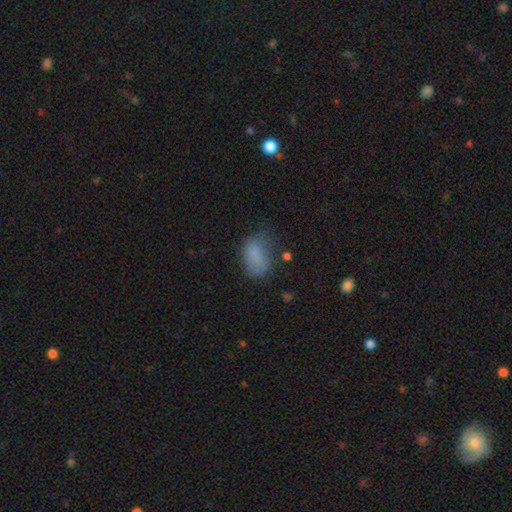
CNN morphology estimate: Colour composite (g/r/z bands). It shows a smooth galaxy with no disk features (79%) that is in between round and cigar-shaped (89%). Merging: none (45%).